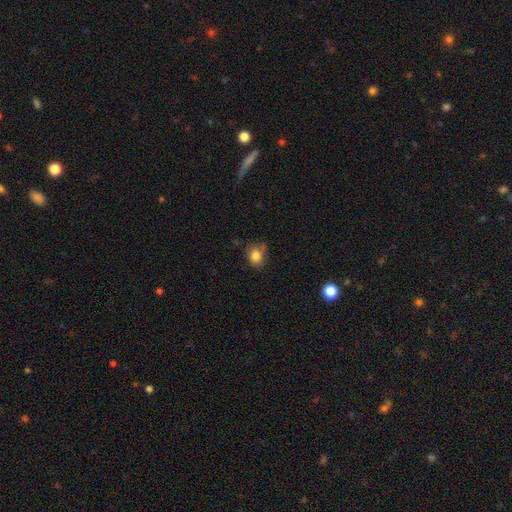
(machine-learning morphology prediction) smooth 83%, star or artifact 10%, featured or disk 7%. Down the decision tree: how rounded — round (66%); merging — none (66%).